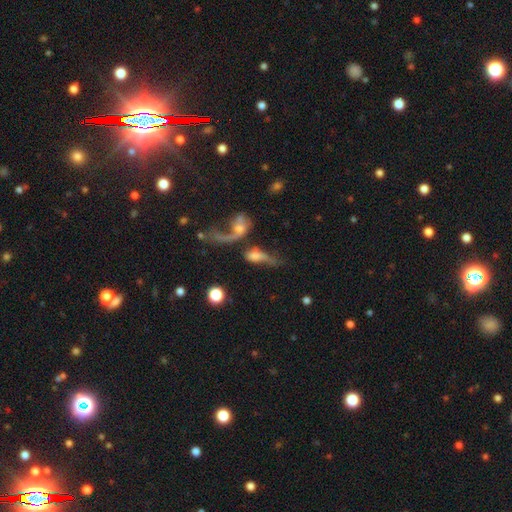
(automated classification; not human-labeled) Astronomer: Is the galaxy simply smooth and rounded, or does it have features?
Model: featured or disk — 50% (runner-up: smooth, 39%).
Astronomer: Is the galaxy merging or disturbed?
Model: merger — 44% (runner-up: major disturbance, 30%).